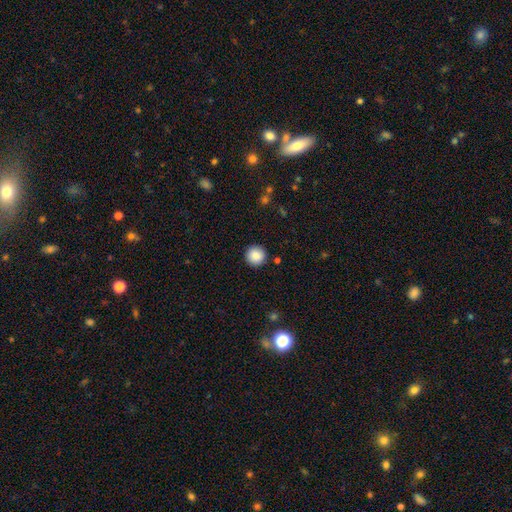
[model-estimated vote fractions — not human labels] The model was most divided on "smooth or featured": smooth: 87%, star or artifact: 8%, featured or disk: 4%. More confident: how rounded — round (95%); merging — none (92%).